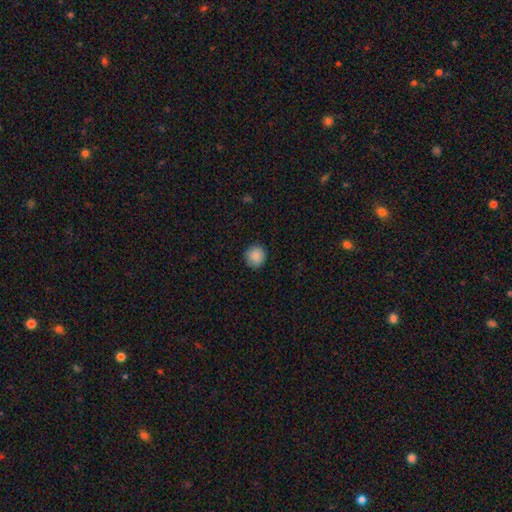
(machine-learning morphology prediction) smooth_or_featured: smooth (p=0.88) [alt: star or artifact p=0.09]
how_rounded: round (p=0.93) [alt: in between p=0.06]
merging: none (p=0.91) [alt: minor disturbance p=0.06]